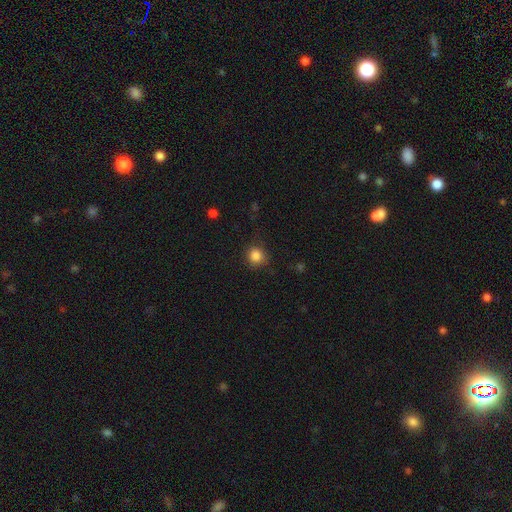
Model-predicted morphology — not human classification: smooth-or-featured: smooth: 85% | star or artifact: 11% | featured or disk: 4%
  how-rounded: round: 90% | in between: 9% | cigar-shaped: 1%
  merging: none: 82% | minor disturbance: 13% | major disturbance: 4% | merger: 1%